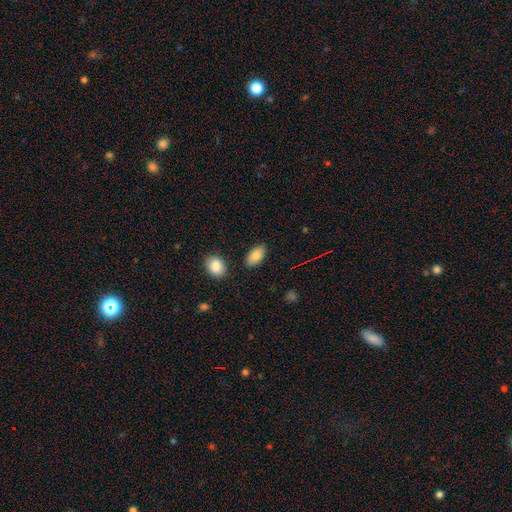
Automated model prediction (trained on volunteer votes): Q: Smooth or featured?
A: smooth (84%); runner-up: featured or disk (9%)
Q: How rounded?
A: in between (93%); runner-up: round (4%)
Q: Merging?
A: none (85%); runner-up: minor disturbance (10%)